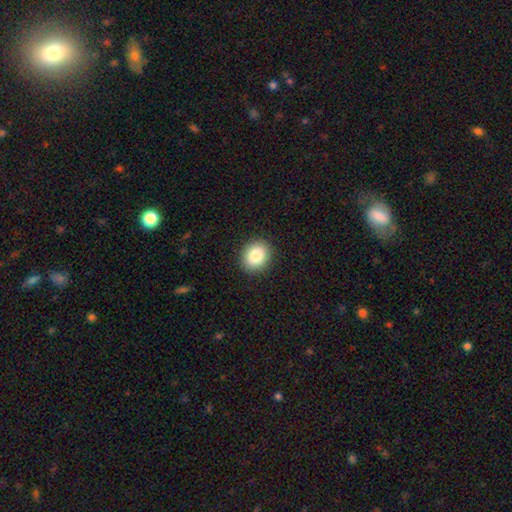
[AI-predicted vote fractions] A smooth galaxy with no disk features (85%) that is round (56%). Merging: none (90%).